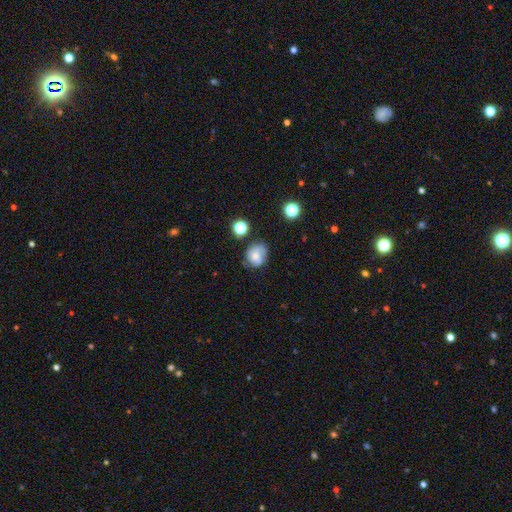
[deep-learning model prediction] The model was most divided on "smooth or featured": smooth: 51%, featured or disk: 36%, star or artifact: 12%. More confident: how rounded — round (68%); merging — none (59%).